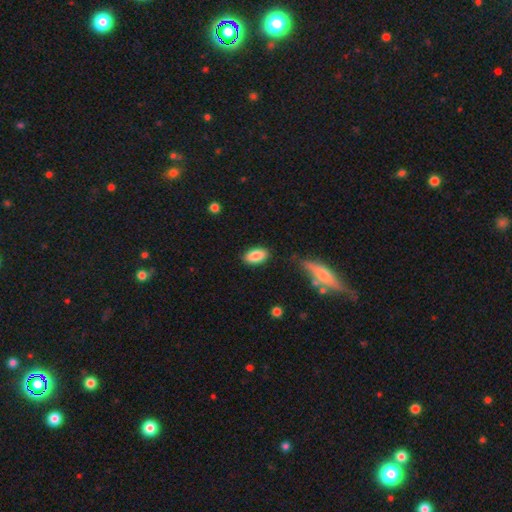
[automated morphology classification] smooth 85%, featured or disk 8%, star or artifact 7%. Down the decision tree: how rounded — in between (91%); merging — none (84%).